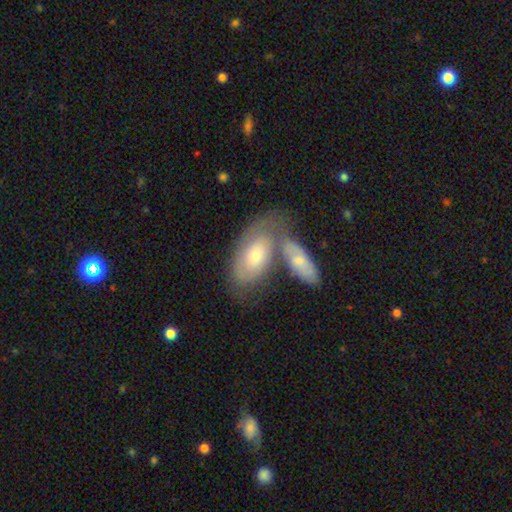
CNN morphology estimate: Smooth or featured: smooth — 56% (featured or disk — 39%)
How rounded: in between — 90% (cigar-shaped — 6%)
Merging: merger — 43% (none — 35%)